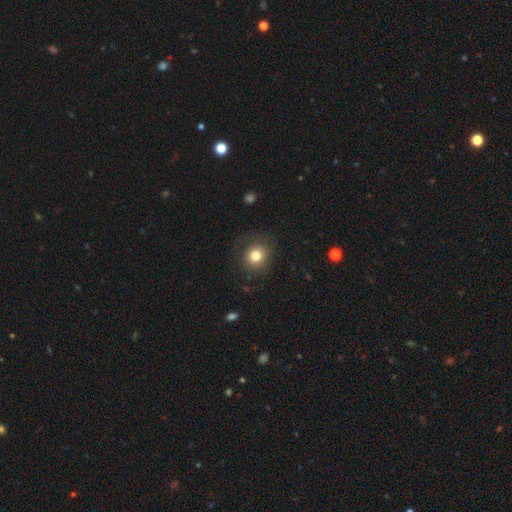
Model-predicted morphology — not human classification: Q: Smooth or featured?
A: smooth (80%); runner-up: star or artifact (11%)
Q: How rounded?
A: round (85%); runner-up: in between (14%)
Q: Merging?
A: none (82%); runner-up: minor disturbance (11%)